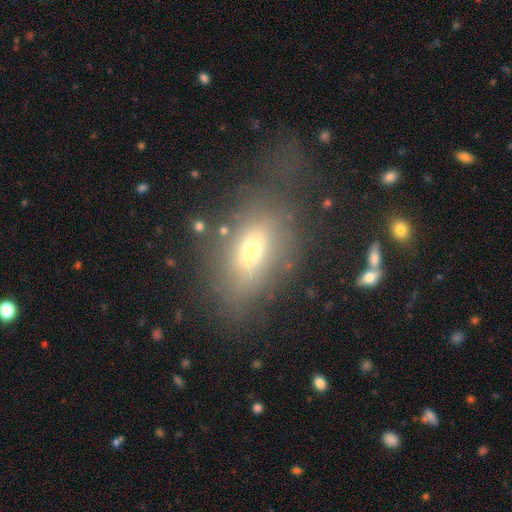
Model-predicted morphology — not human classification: Smooth or featured: smooth — 59% (featured or disk — 25%)
How rounded: in between — 82% (round — 11%)
Merging: none — 57% (minor disturbance — 23%)